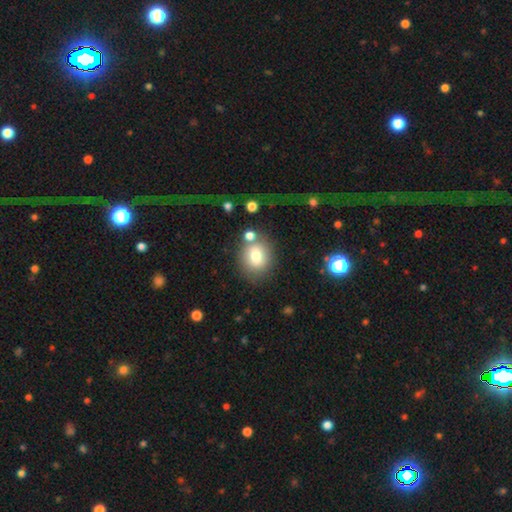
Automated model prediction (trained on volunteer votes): smooth-or-featured: smooth: 75% | featured or disk: 14% | star or artifact: 11%
  how-rounded: round: 69% | in between: 30% | cigar-shaped: 1%
  merging: none: 67% | minor disturbance: 14% | merger: 13% | major disturbance: 6%